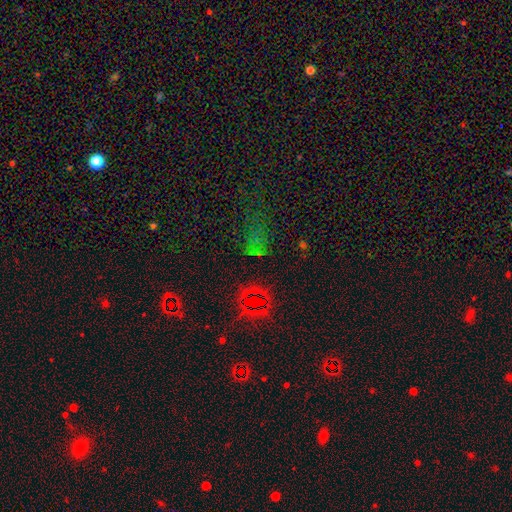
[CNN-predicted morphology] type=star or artifact (74%).